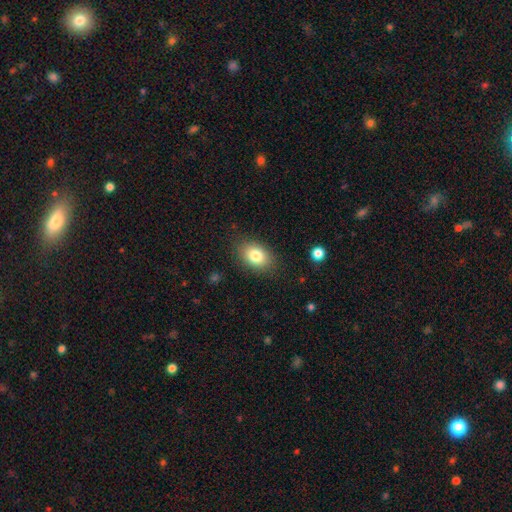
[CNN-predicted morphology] smooth-or-featured: smooth: 81% | featured or disk: 10% | star or artifact: 9%
  how-rounded: in between: 78% | round: 21% | cigar-shaped: 1%
  merging: none: 84% | minor disturbance: 11% | major disturbance: 3% | merger: 1%